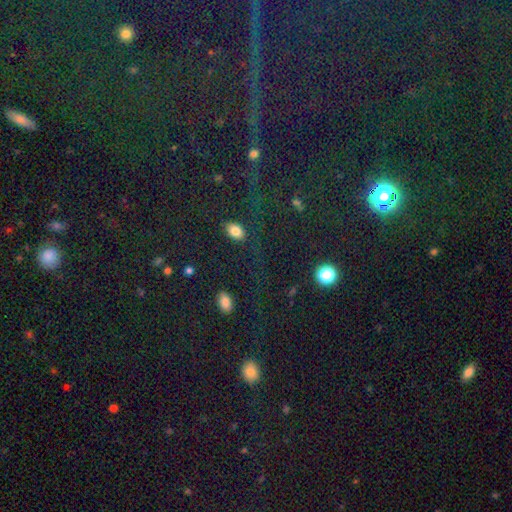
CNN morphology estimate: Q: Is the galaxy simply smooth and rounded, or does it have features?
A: star or artifact — 74%.